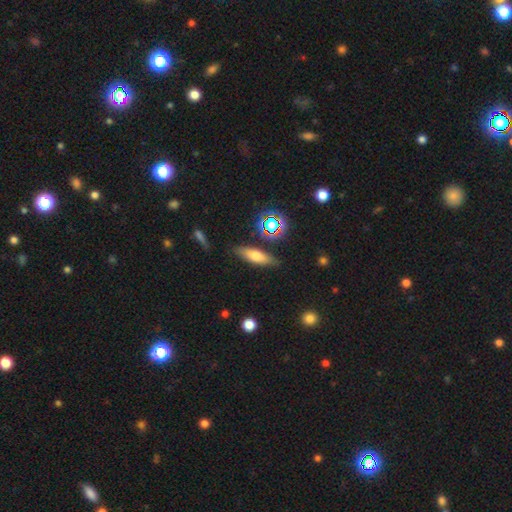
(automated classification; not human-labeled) A smooth galaxy with no disk features (59%) that is in between round and cigar-shaped (50%).

Vote fractions:
- Smooth or featured? smooth: 59% / featured or disk: 28% / star or artifact: 13%
- How rounded? in between: 50% / cigar-shaped: 46% / round: 5%
- Merging? none: 81% / minor disturbance: 12% / merger: 4% / major disturbance: 3%